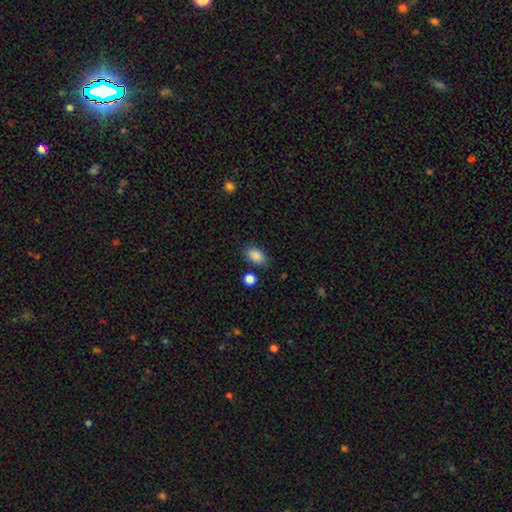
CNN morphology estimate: Smooth or featured? Predicted: smooth (p=0.88). How rounded? Predicted: in between (p=0.87). Merging? Predicted: none (p=0.77).